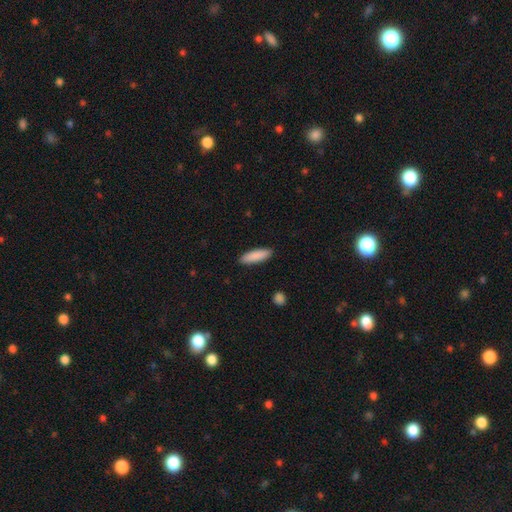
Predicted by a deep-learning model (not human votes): This appears to be a smooth galaxy with no disk features (89%) that is cigar-shaped (56%). Merging: none (90%).